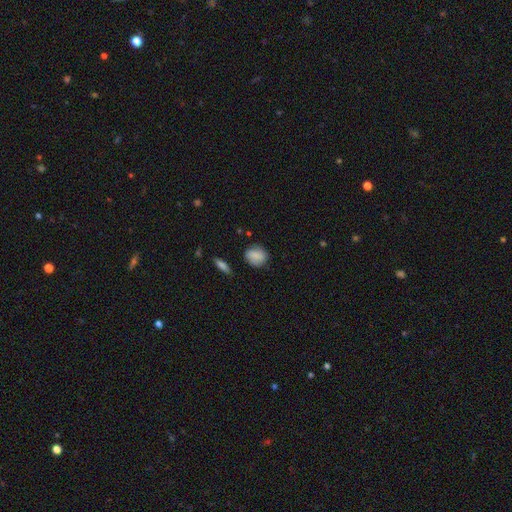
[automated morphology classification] smooth-or-featured: smooth: 82% | featured or disk: 10% | star or artifact: 8%
  how-rounded: round: 50% | in between: 47% | cigar-shaped: 3%
  merging: none: 74% | minor disturbance: 20% | major disturbance: 4% | merger: 2%